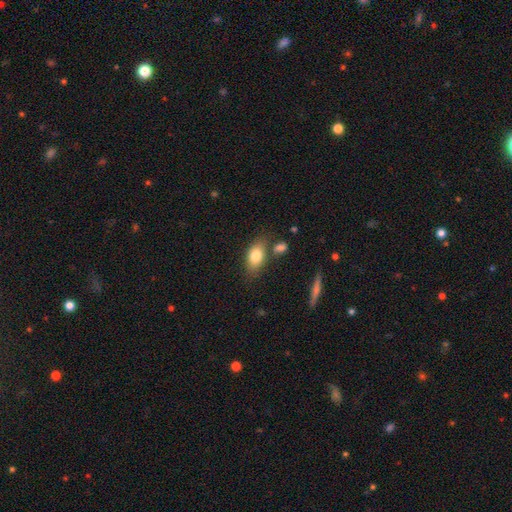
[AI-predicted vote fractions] A smooth galaxy with no disk features (79%) that is in between round and cigar-shaped (86%).

Vote fractions:
- Smooth or featured? smooth: 79% / featured or disk: 14% / star or artifact: 7%
- How rounded? in between: 86% / round: 8% / cigar-shaped: 5%
- Merging? none: 69% / minor disturbance: 16% / merger: 11% / major disturbance: 4%